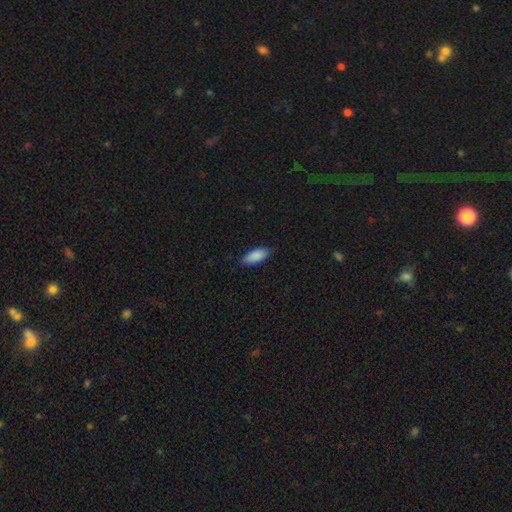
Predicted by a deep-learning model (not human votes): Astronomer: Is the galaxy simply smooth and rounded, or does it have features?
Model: smooth — 89%.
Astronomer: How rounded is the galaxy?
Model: in between — 84%.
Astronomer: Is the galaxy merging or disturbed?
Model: none — 84%.